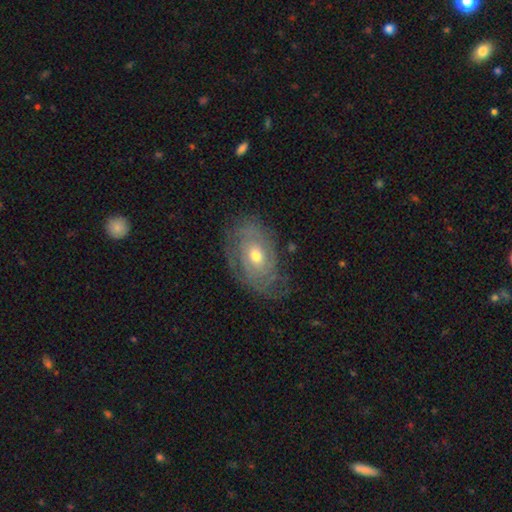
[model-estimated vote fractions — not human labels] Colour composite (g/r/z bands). It shows a featured or disk galaxy (72%) with no bar (74%), tight (69%) spiral arms (79%) and a moderate central bulge (64%). Merging: none (69%).